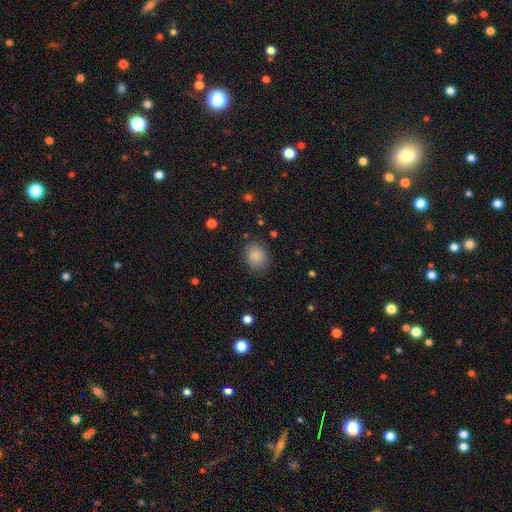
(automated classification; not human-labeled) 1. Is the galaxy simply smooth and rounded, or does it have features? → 86% smooth, 9% star or artifact, 5% featured or disk.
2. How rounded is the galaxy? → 57% round, 42% in between, 1% cigar-shaped.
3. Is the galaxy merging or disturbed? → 79% none, 15% minor disturbance, 5% major disturbance, 1% merger.